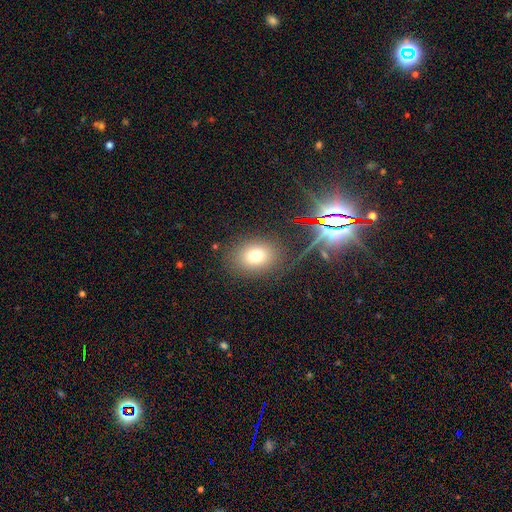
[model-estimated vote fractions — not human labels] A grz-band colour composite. It shows a smooth galaxy with no disk features (73%) that is in between round and cigar-shaped (61%). Merging: none (83%).